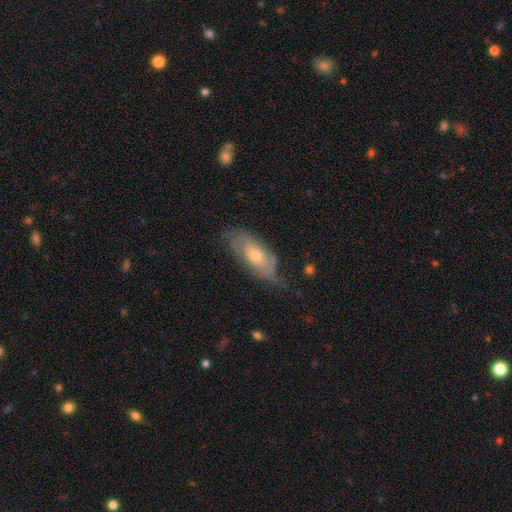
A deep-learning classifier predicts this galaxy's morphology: smooth_or_featured: featured or disk (p=0.64) [alt: smooth p=0.29]
disk_edge_on: no (p=0.85) [alt: yes p=0.15]
bar: no (p=0.77) [alt: weak p=0.19]
has_spiral_arms: yes (p=0.81) [alt: no p=0.19]
bulge_size: moderate (p=0.60) [alt: small p=0.34]
merging: none (p=0.55) [alt: minor disturbance p=0.30]